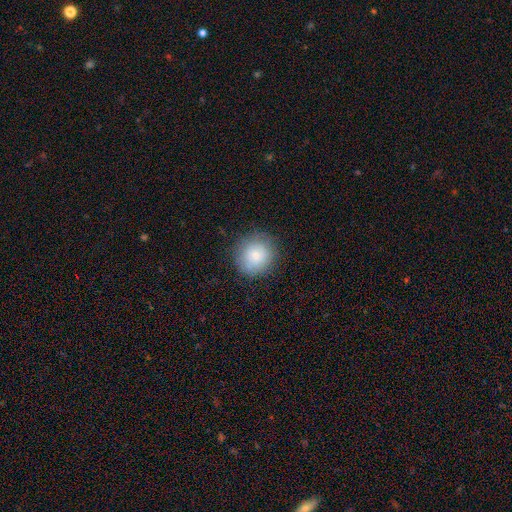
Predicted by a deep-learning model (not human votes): This appears to be a smooth galaxy with no disk features (79%) that is round (91%). Merging: none (84%).